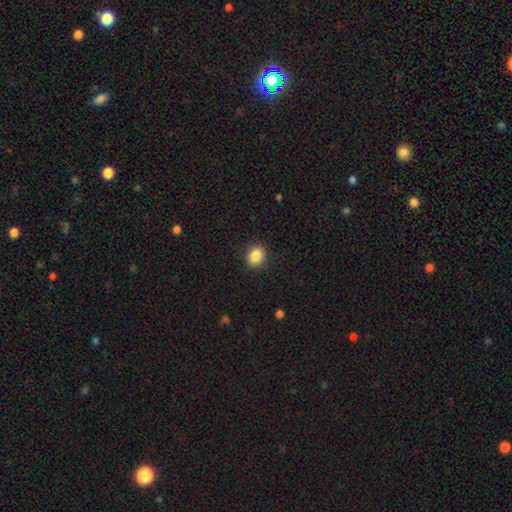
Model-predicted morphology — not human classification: This is clearly a smooth galaxy (88%). How rounded: possibly in between (51%). Merging: clearly none (89%).